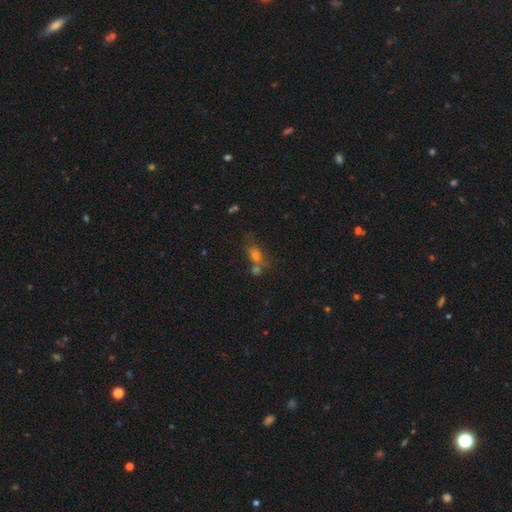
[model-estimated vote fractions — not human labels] This is likely a smooth galaxy (62%). How rounded: likely in between (63%). Merging: possibly none (51%).